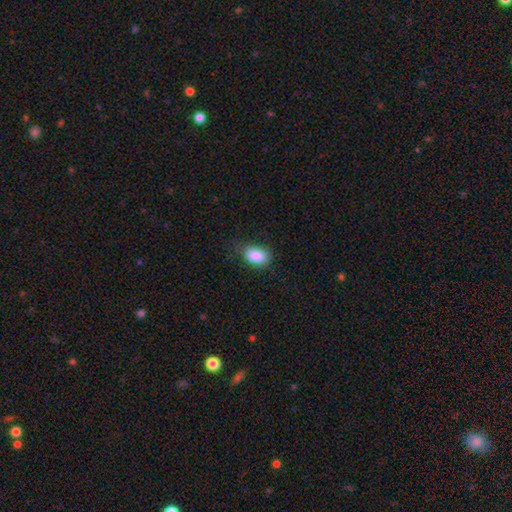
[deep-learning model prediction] Q: Smooth or featured?
A: smooth (87%); runner-up: star or artifact (8%)
Q: How rounded?
A: in between (88%); runner-up: round (10%)
Q: Merging?
A: none (70%); runner-up: minor disturbance (23%)